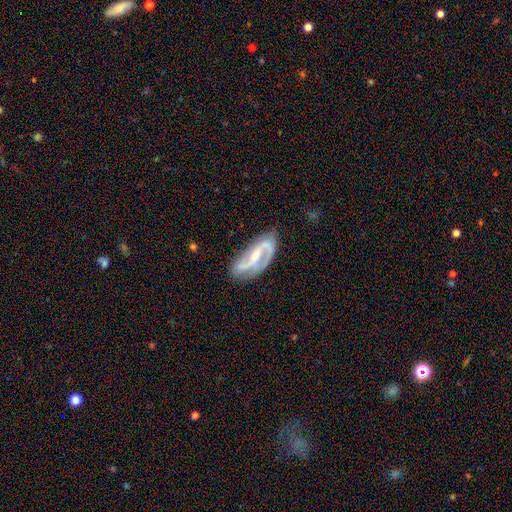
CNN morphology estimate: This appears to be a featured or disk galaxy (86%) with a weak bar (41%), 2 (88%) medium (47%) spiral arms (95%) and a small central bulge (51%). Merging: none (74%).